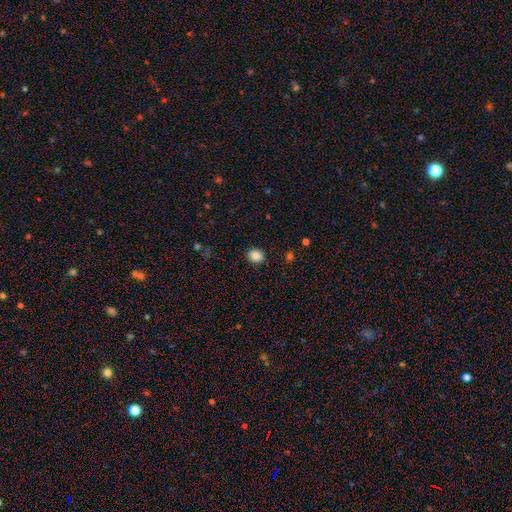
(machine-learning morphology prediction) Smooth or featured? Predicted: smooth (p=0.86). How rounded? Predicted: round (p=0.61). Merging? Predicted: none (p=0.90).